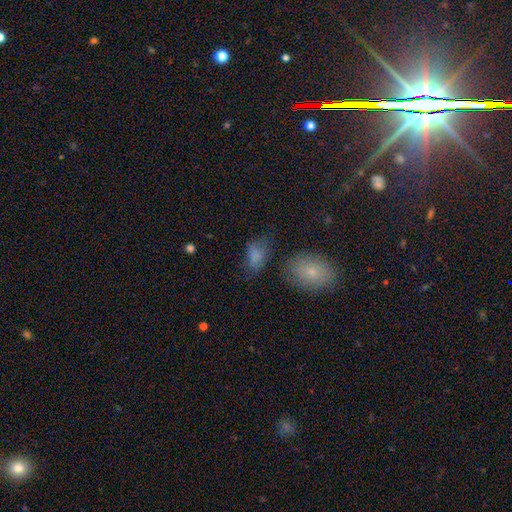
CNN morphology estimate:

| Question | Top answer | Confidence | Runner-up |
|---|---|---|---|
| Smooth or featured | smooth | 76% | star or artifact (12%) |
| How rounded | in between | 86% | round (11%) |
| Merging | none | 48% | minor disturbance (28%) |